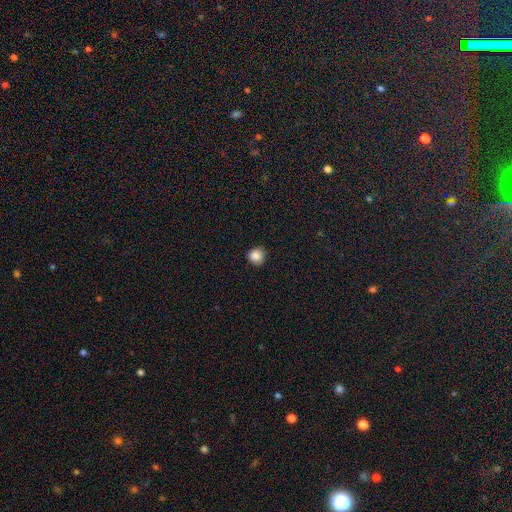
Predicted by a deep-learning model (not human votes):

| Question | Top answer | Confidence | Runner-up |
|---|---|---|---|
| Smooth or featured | smooth | 87% | star or artifact (10%) |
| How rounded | round | 93% | in between (6%) |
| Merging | none | 89% | minor disturbance (8%) |